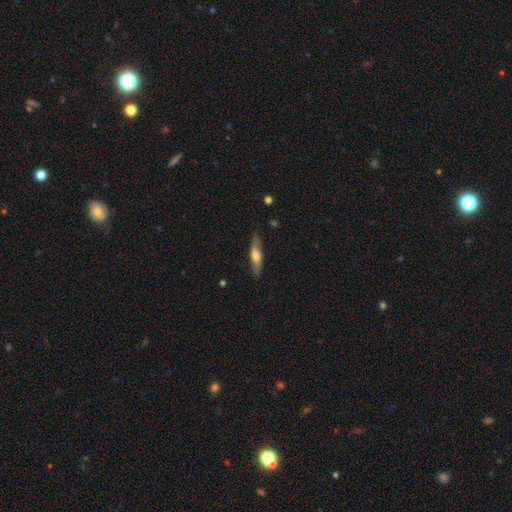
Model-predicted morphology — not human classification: Smooth or featured? smooth (49%)
Merging? none (84%)